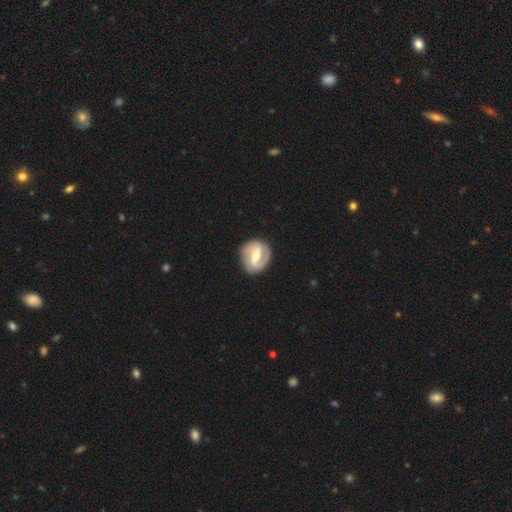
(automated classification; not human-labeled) smooth_or_featured: featured or disk (p=0.80) [alt: smooth p=0.16]
disk_edge_on: no (p=0.97) [alt: yes p=0.03]
bar: strong (p=0.48) [alt: weak p=0.39]
has_spiral_arms: yes (p=0.88) [alt: no p=0.12]
spiral_winding: medium (p=0.41) [tied with: tight p=0.41]
spiral_arm_count: 2 (p=0.86) [alt: can't tell p=0.06]
bulge_size: moderate (p=0.65) [alt: small p=0.29]
merging: none (p=0.84) [alt: minor disturbance p=0.11]